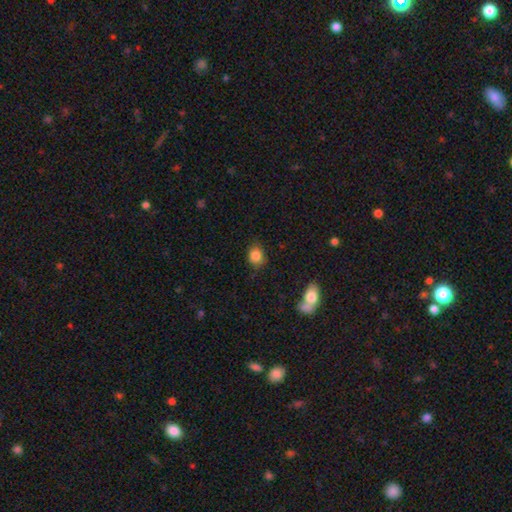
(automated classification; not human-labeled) smooth 84%, star or artifact 9%, featured or disk 6%. Down the decision tree: how rounded — round (58%); merging — none (73%).